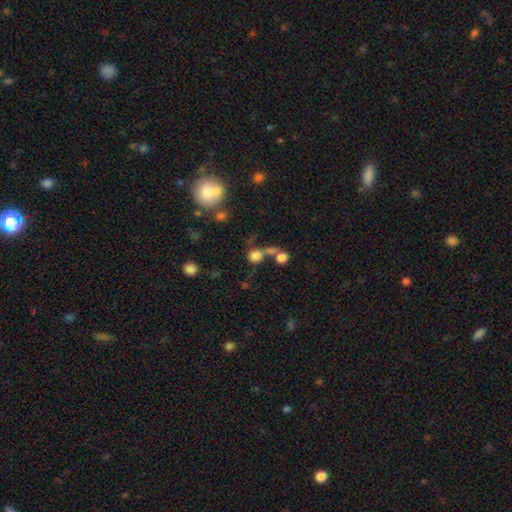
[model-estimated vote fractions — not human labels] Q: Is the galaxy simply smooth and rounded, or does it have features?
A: smooth — 76%.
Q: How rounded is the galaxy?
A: round — 87%.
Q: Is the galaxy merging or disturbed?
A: none — 50%.